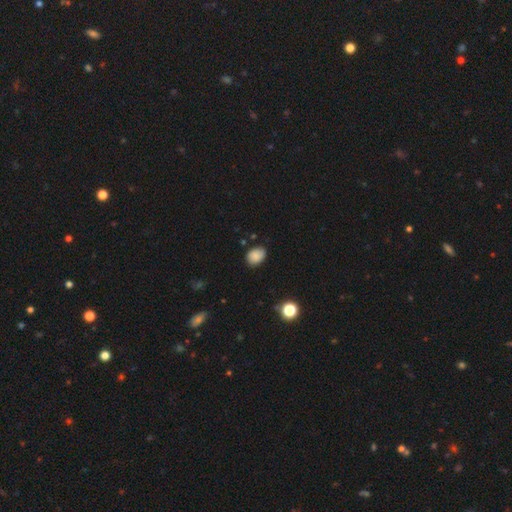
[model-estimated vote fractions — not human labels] Overall: smooth (85%). How rounded: in between (65%; round 34%). Merging: none (78%).